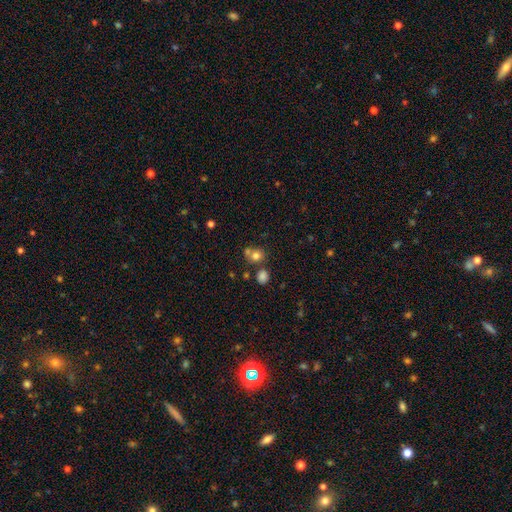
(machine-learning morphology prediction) A smooth galaxy with no disk features (76%) that is round (79%).

Vote fractions:
- Smooth or featured? smooth: 76% / star or artifact: 15% / featured or disk: 10%
- How rounded? round: 79% / in between: 20% / cigar-shaped: 1%
- Merging? none: 58% / merger: 28% / minor disturbance: 10% / major disturbance: 4%